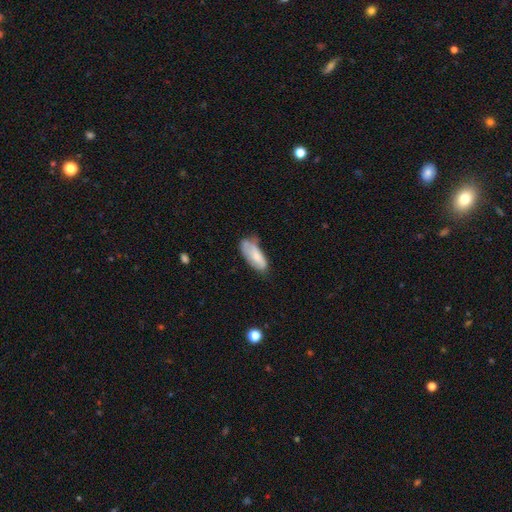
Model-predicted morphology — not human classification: smooth-or-featured: smooth: 71% | featured or disk: 23% | star or artifact: 7%
  how-rounded: in between: 78% | cigar-shaped: 20% | round: 2%
  merging: none: 40% | minor disturbance: 36% | major disturbance: 15% | merger: 9%